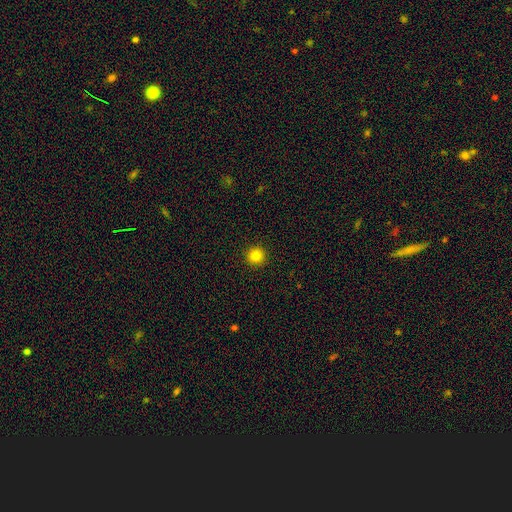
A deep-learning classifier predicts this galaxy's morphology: Overall: smooth (83%). How rounded: round (96%). Merging: none (93%).